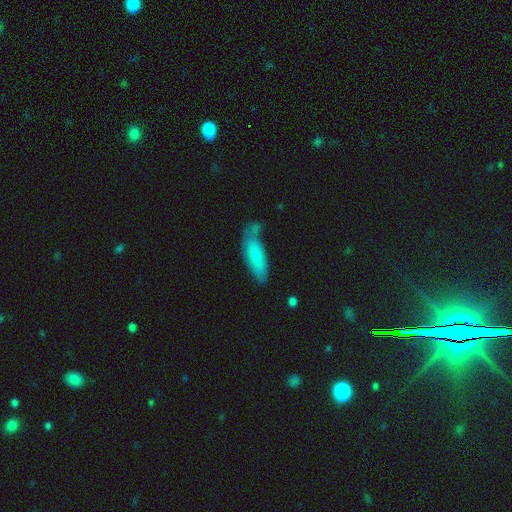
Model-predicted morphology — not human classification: A smooth galaxy with no disk features (71%) that is in between round and cigar-shaped (64%). Merging: none (50%).